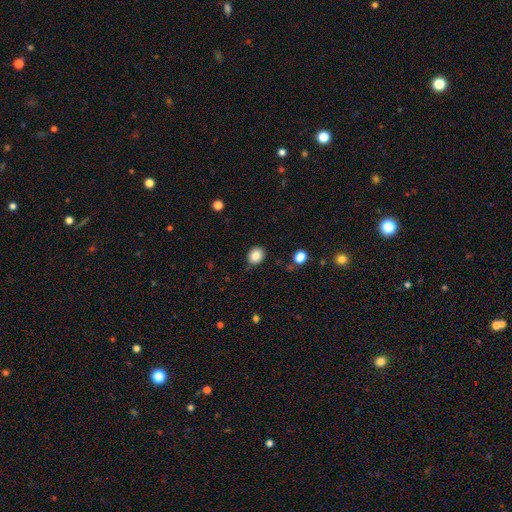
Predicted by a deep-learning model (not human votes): Smooth or featured? smooth (86%)
How rounded? round (71%)
Merging? none (84%)